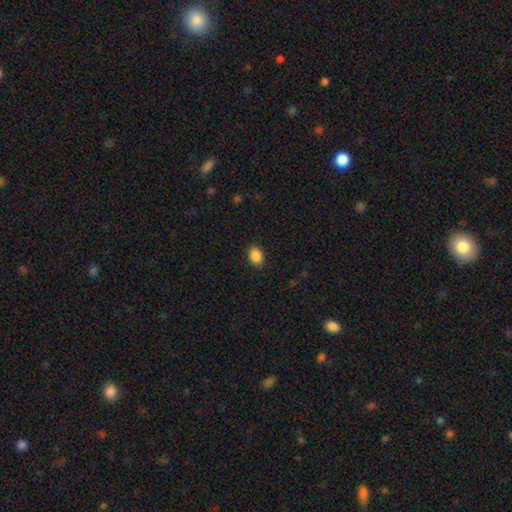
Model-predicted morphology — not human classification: Q: Smooth or featured?
A: smooth (88%); runner-up: star or artifact (9%)
Q: How rounded?
A: in between (78%); runner-up: round (21%)
Q: Merging?
A: none (88%); runner-up: minor disturbance (8%)